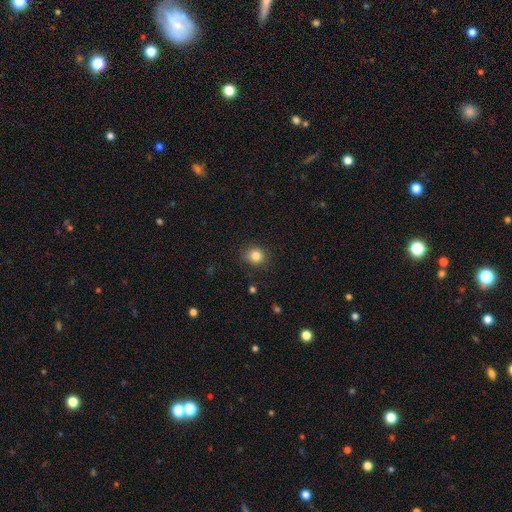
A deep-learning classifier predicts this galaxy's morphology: A smooth galaxy with no disk features (84%) that is round (78%). Merging: none (83%).